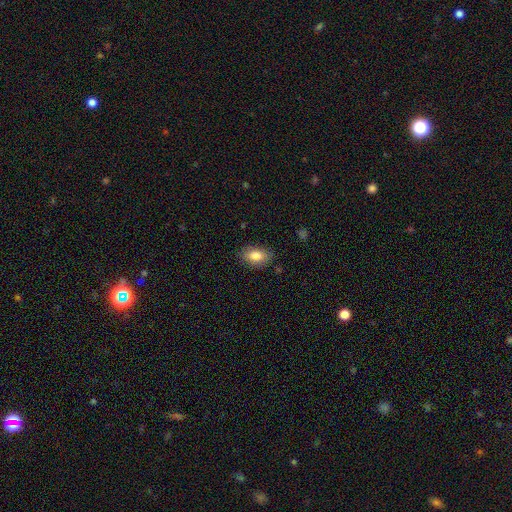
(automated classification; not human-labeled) Q: Smooth or featured?
A: smooth (83%); runner-up: featured or disk (10%)
Q: How rounded?
A: in between (89%); runner-up: round (9%)
Q: Merging?
A: none (83%); runner-up: minor disturbance (13%)